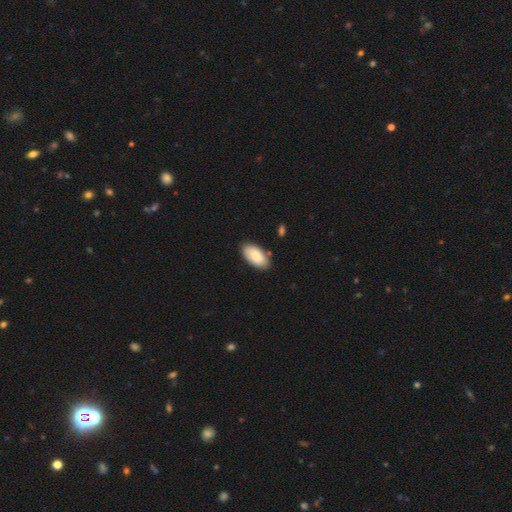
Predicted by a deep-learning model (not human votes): Smooth or featured: smooth — 86% (featured or disk — 8%)
How rounded: in between — 96% (cigar-shaped — 2%)
Merging: none — 83% (minor disturbance — 12%)